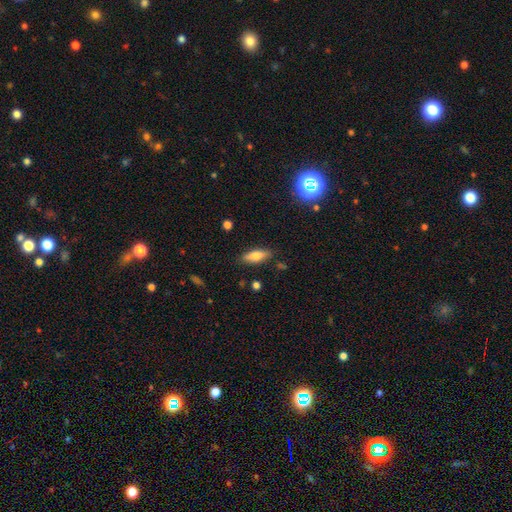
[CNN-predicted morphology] Smooth or featured? Predicted: smooth (p=0.72). How rounded? Predicted: in between (p=0.65). Merging? Predicted: none (p=0.84).